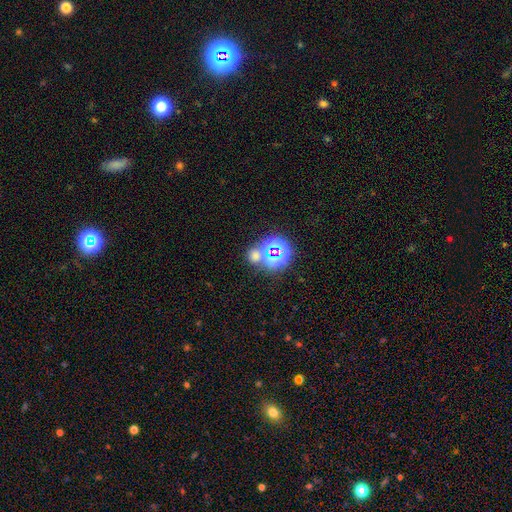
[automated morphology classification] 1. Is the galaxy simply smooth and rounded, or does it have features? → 46% smooth (tied), 46% star or artifact (tied), 8% featured or disk.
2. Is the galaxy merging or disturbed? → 61% none, 27% merger, 8% minor disturbance, 4% major disturbance.